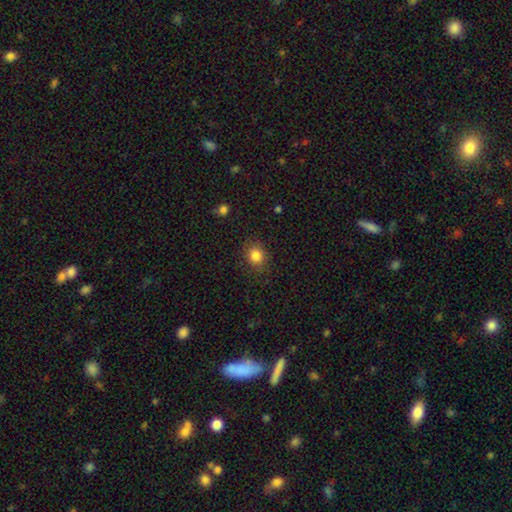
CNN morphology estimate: smooth-or-featured: smooth: 84% | star or artifact: 10% | featured or disk: 6%
  how-rounded: round: 67% | in between: 32% | cigar-shaped: 1%
  merging: none: 82% | minor disturbance: 13% | major disturbance: 4% | merger: 1%